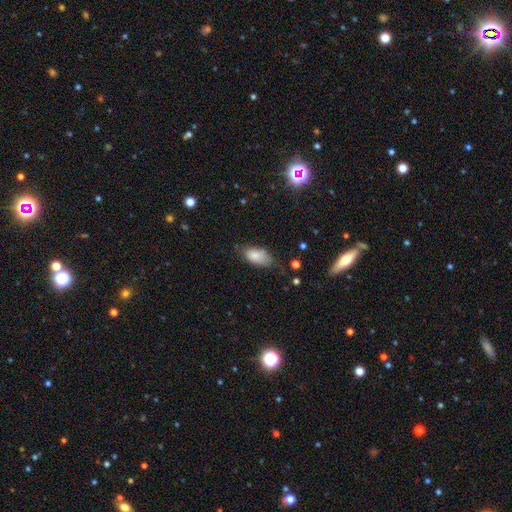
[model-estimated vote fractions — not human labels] smooth-or-featured: smooth: 84% | featured or disk: 8% | star or artifact: 8%
  how-rounded: in between: 93% | cigar-shaped: 4% | round: 3%
  merging: none: 57% | minor disturbance: 32% | major disturbance: 8% | merger: 3%